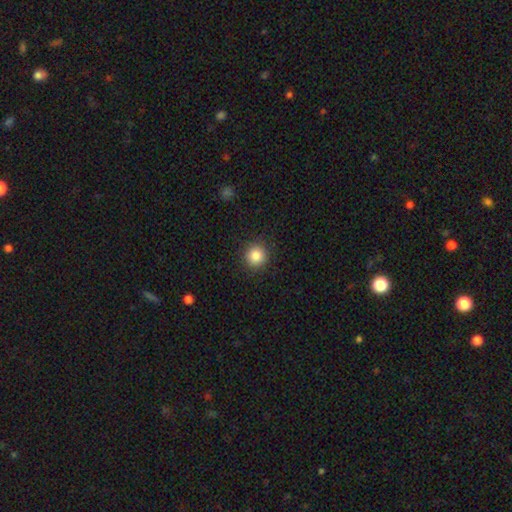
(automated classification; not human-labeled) A smooth galaxy with no disk features (85%) that is round (94%).

Vote fractions:
- Smooth or featured? smooth: 85% / star or artifact: 10% / featured or disk: 5%
- How rounded? round: 94% / in between: 5% / cigar-shaped: 1%
- Merging? none: 91% / minor disturbance: 6% / major disturbance: 2% / merger: 1%